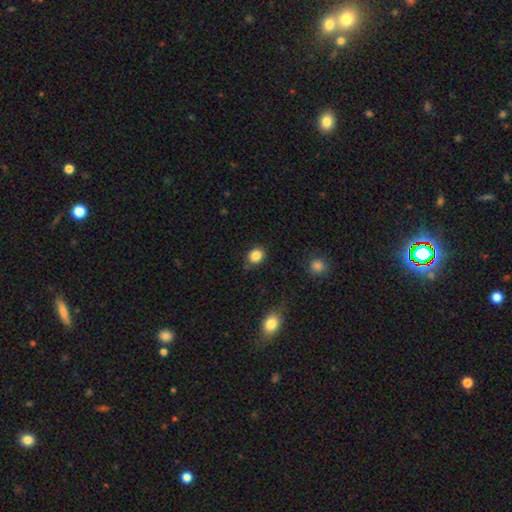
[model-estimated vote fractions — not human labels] Smooth or featured?
  - smooth: 86% *
  - star or artifact: 10%
  - featured or disk: 4%
How rounded?
  - round: 67% *
  - in between: 32%
  - cigar-shaped: 1%
Merging?
  - none: 78% *
  - minor disturbance: 16%
  - major disturbance: 4%
  - merger: 2%